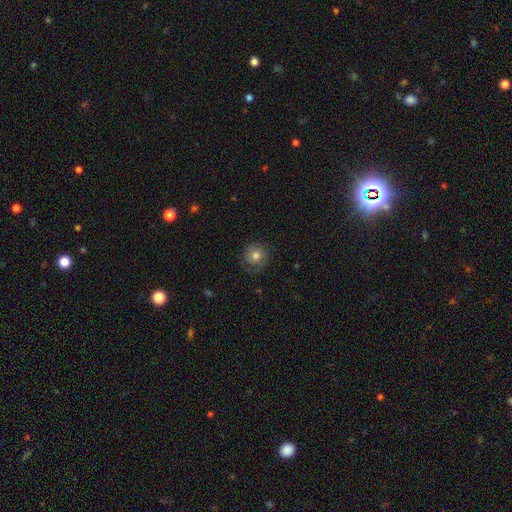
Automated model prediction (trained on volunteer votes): smooth 65%, featured or disk 26%, star or artifact 9%. Down the decision tree: how rounded — round (91%); merging — none (73%).